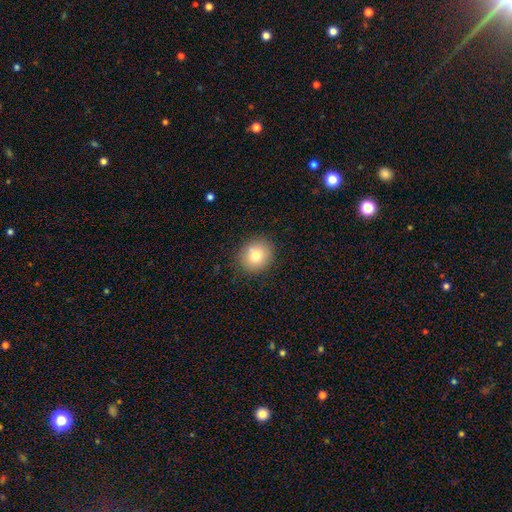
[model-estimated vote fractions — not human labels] Smooth or featured? smooth (79%)
How rounded? round (82%)
Merging? none (88%)